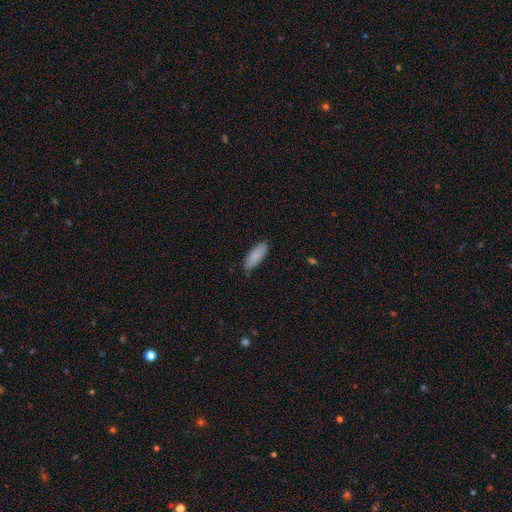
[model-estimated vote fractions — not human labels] This is clearly a smooth galaxy (88%). How rounded: likely in between (66%). Merging: clearly none (82%).